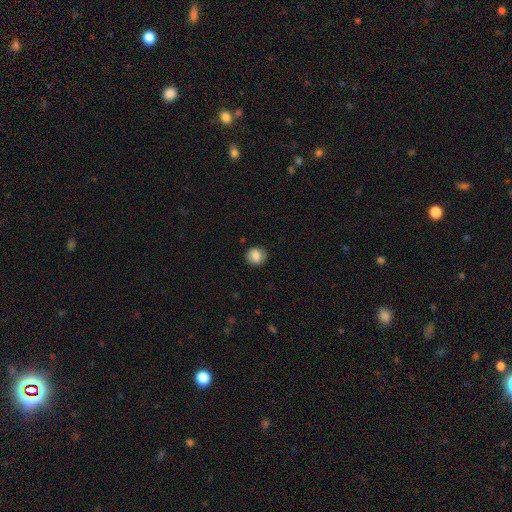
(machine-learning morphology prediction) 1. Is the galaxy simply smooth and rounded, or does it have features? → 80% smooth, 11% featured or disk, 9% star or artifact.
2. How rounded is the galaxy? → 77% round, 22% in between, 1% cigar-shaped.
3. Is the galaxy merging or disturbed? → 83% none, 13% minor disturbance, 3% major disturbance, 1% merger.